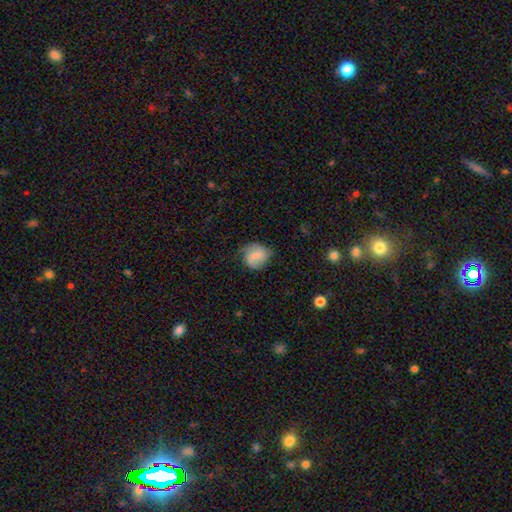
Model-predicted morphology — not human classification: Smooth or featured? Predicted: smooth (p=0.61). How rounded? Predicted: round (p=0.72). Merging? Predicted: none (p=0.62).